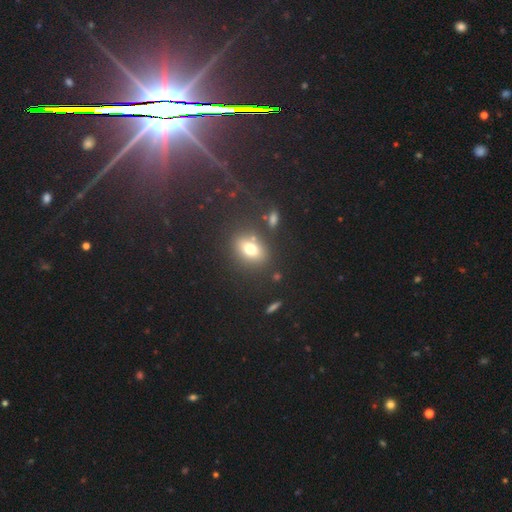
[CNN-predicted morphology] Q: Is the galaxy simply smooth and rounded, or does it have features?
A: smooth — 53%.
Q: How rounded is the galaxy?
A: in between — 61%.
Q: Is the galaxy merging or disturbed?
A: none — 81%.